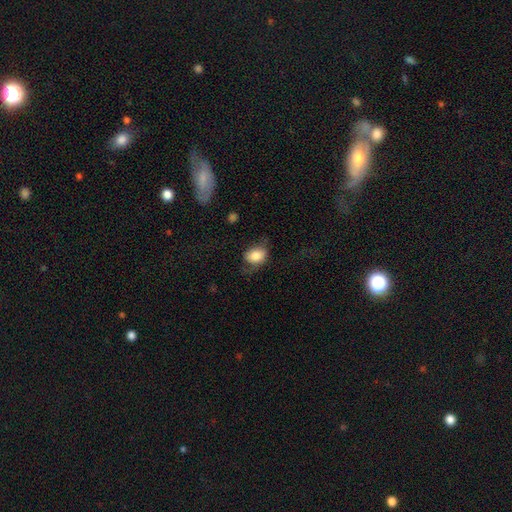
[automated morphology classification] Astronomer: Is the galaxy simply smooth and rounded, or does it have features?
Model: smooth — 78%.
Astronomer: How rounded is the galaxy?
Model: in between — 68%.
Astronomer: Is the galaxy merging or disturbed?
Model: none — 52% (runner-up: minor disturbance, 27%).